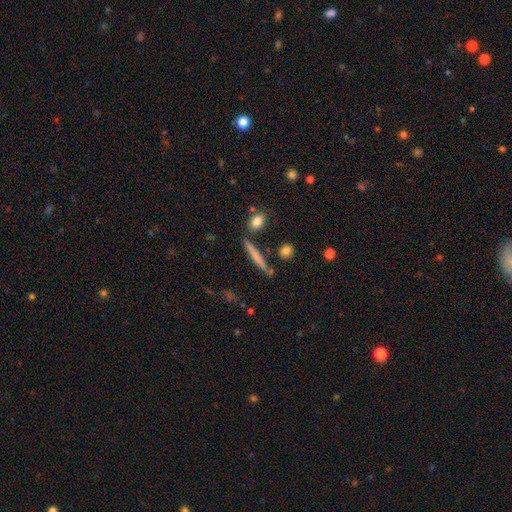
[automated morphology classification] Smooth or featured? smooth (64%)
How rounded? cigar-shaped (91%)
Merging? none (82%)